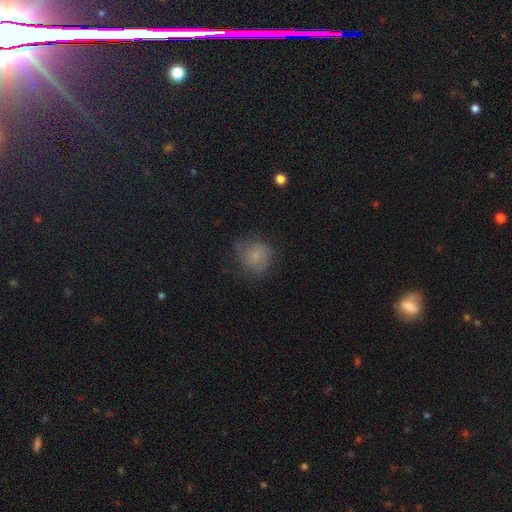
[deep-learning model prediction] A smooth galaxy with no disk features (67%) that is round (81%).

Vote fractions:
- Smooth or featured? smooth: 67% / featured or disk: 21% / star or artifact: 12%
- How rounded? round: 81% / in between: 19% / cigar-shaped: 1%
- Merging? none: 60% / minor disturbance: 24% / major disturbance: 14% / merger: 2%